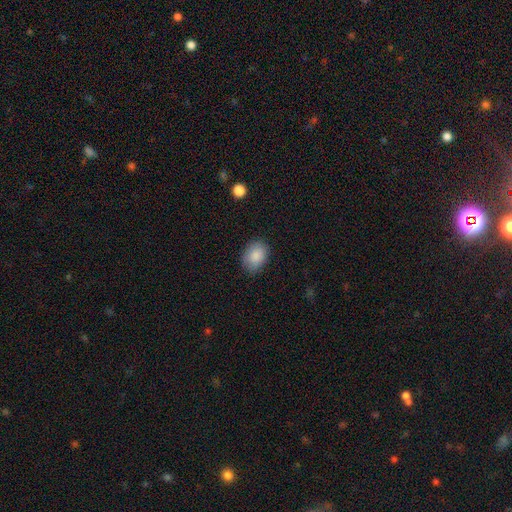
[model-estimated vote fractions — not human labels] Morphology: type=smooth (88%); roundness=in between (74%); merging=none (81%).